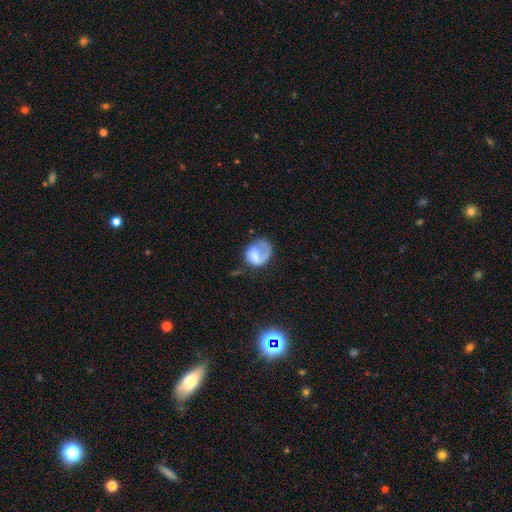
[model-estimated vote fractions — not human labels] Overall: smooth (51%; featured or disk 41%). How rounded: round (53%; in between 46%). Merging: major disturbance (39%; none 35%).